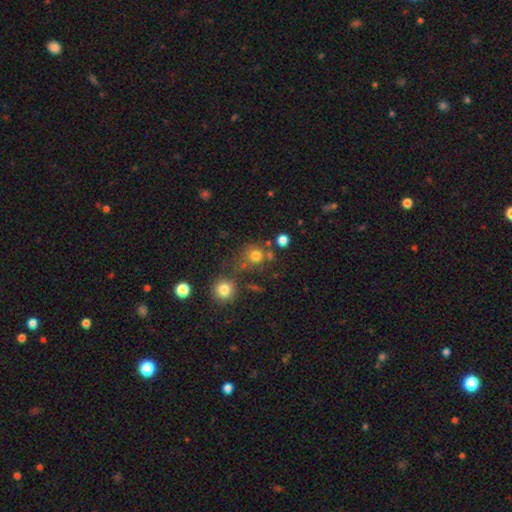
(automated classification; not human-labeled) smooth-or-featured: smooth: 76% | star or artifact: 17% | featured or disk: 8%
  how-rounded: round: 87% | in between: 12% | cigar-shaped: 1%
  merging: none: 62% | merger: 20% | minor disturbance: 12% | major disturbance: 6%